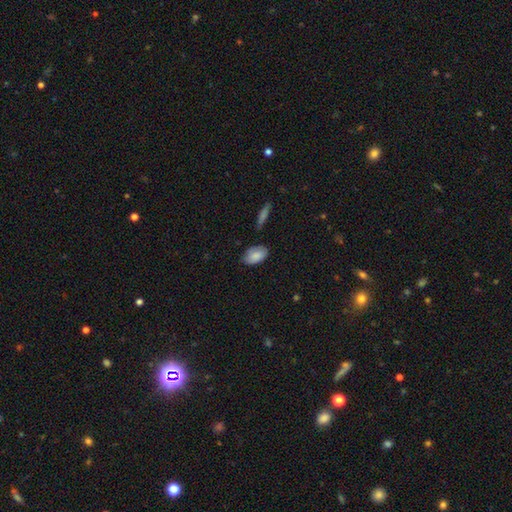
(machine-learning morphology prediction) smooth_or_featured: smooth (p=0.84) [alt: featured or disk p=0.10]
how_rounded: in between (p=0.93) [alt: round p=0.05]
merging: none (p=0.73) [alt: minor disturbance p=0.21]